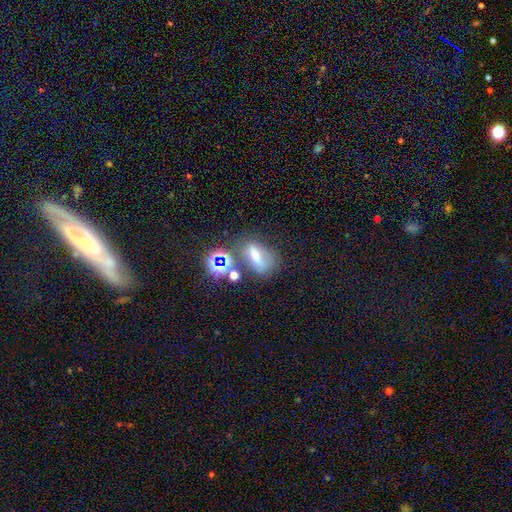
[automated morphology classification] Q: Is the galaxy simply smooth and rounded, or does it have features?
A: smooth — 42%.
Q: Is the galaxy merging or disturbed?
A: none — 54%.